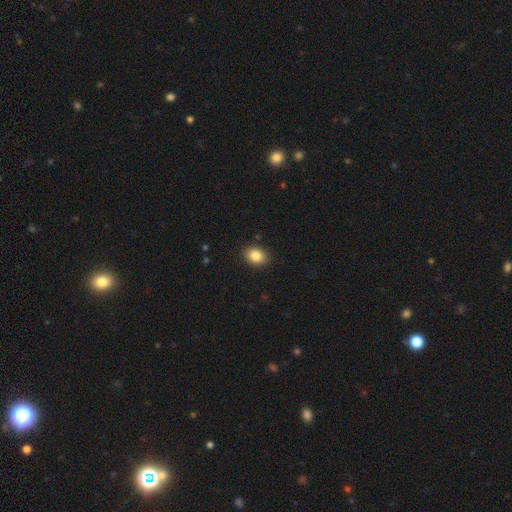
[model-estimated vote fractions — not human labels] Morphology: type=smooth (85%); roundness=in between (57%); merging=none (89%).